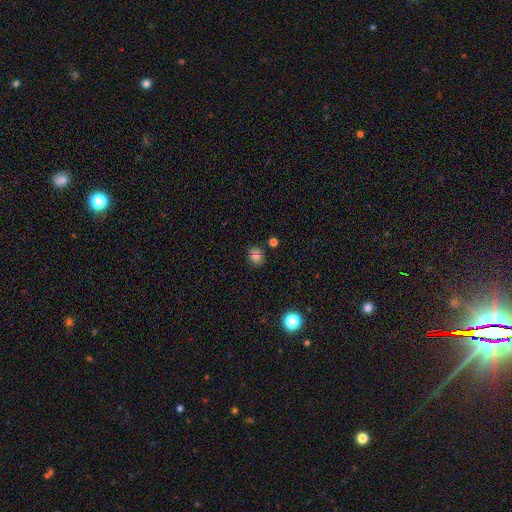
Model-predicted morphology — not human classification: smooth 76%, star or artifact 15%, featured or disk 9%. Down the decision tree: how rounded — round (80%); merging — none (79%).